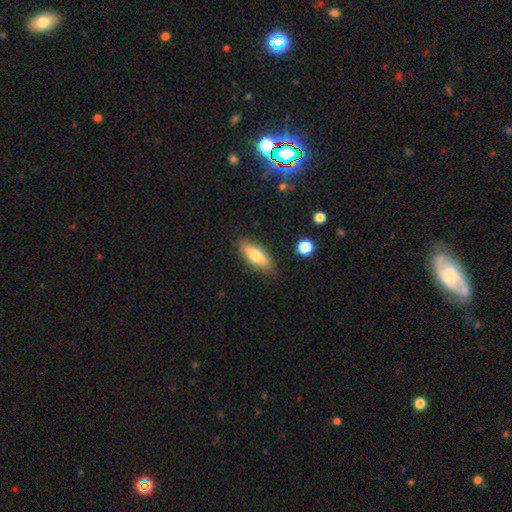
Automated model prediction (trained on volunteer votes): A smooth galaxy with no disk features (70%) that is in between round and cigar-shaped (76%).

Vote fractions:
- Smooth or featured? smooth: 70% / featured or disk: 24% / star or artifact: 6%
- How rounded? in between: 76% / cigar-shaped: 22% / round: 3%
- Merging? none: 85% / minor disturbance: 11% / major disturbance: 2% / merger: 2%